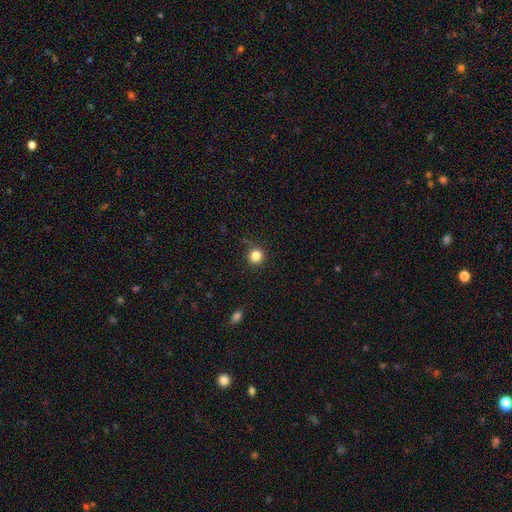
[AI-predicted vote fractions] A smooth galaxy with no disk features (83%) that is round (93%).

Vote fractions:
- Smooth or featured? smooth: 83% / star or artifact: 12% / featured or disk: 5%
- How rounded? round: 93% / in between: 6% / cigar-shaped: 1%
- Merging? none: 84% / minor disturbance: 11% / major disturbance: 3% / merger: 2%